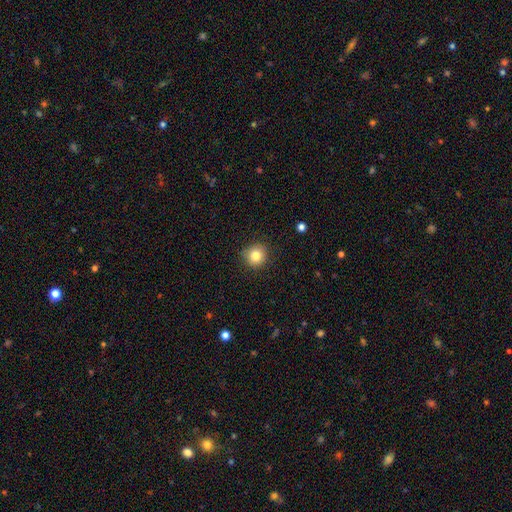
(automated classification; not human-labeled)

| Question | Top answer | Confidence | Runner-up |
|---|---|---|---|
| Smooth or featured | smooth | 82% | star or artifact (11%) |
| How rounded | round | 91% | in between (8%) |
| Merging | none | 87% | minor disturbance (9%) |